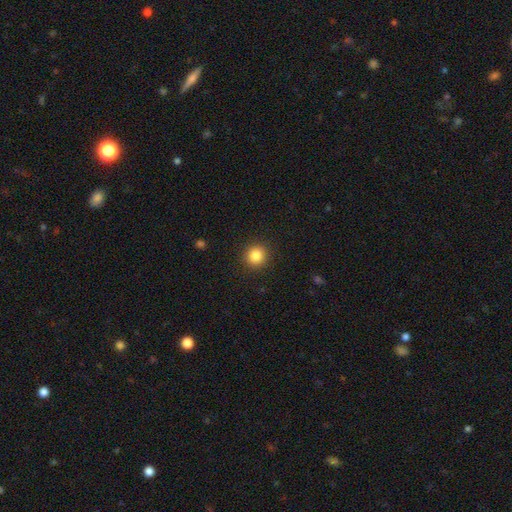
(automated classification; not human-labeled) smooth_or_featured: smooth (p=0.84) [alt: star or artifact p=0.11]
how_rounded: round (p=0.93) [alt: in between p=0.06]
merging: none (p=0.92) [alt: minor disturbance p=0.05]